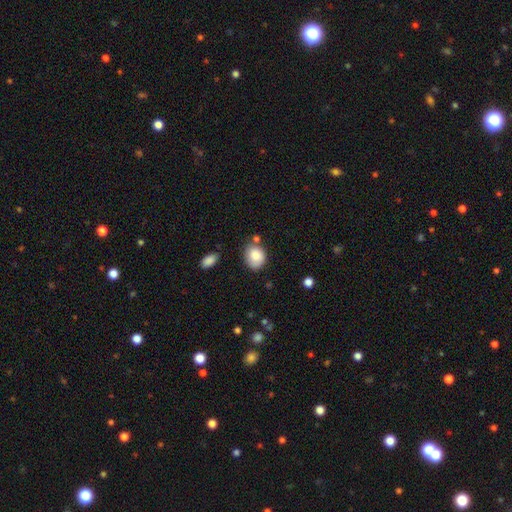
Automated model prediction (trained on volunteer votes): The model was most divided on "how rounded": round: 51%, in between: 48%, cigar-shaped: 1%. More confident: smooth or featured — smooth (84%); merging — none (66%).